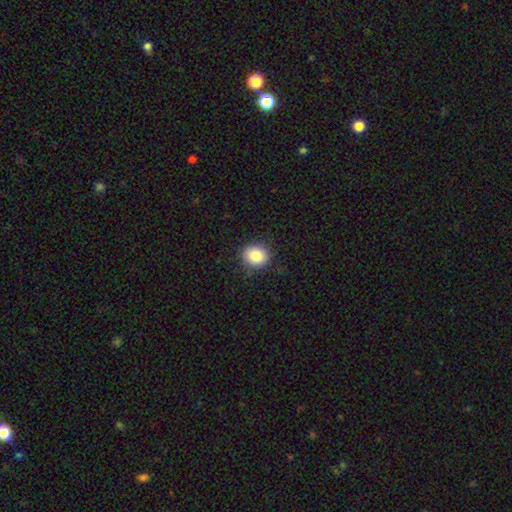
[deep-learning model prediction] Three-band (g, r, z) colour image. It shows a smooth galaxy with no disk features (85%) that is round (76%). Merging: none (87%).